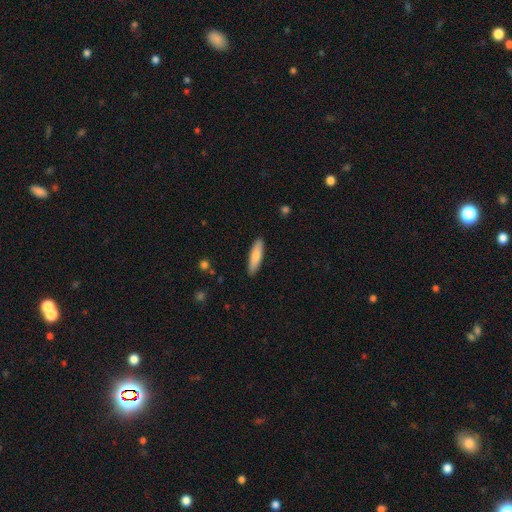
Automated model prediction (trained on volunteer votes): The model was most divided on "how rounded": cigar-shaped: 70%, in between: 28%, round: 2%. More confident: merging — none (89%); smooth or featured — smooth (77%).